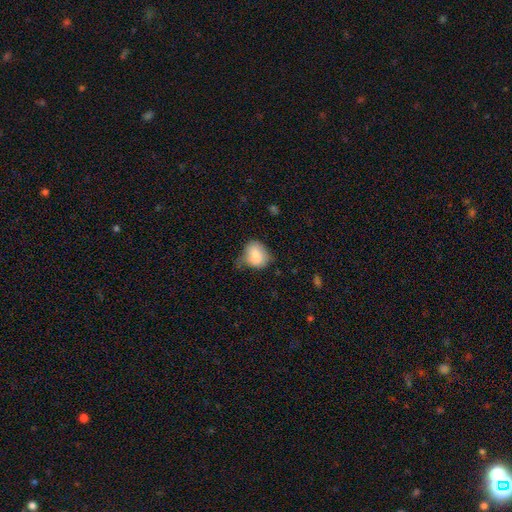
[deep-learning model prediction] Smooth or featured: smooth — 83% (featured or disk — 10%)
How rounded: round — 50% (in between — 49%)
Merging: minor disturbance — 42% (none — 38%)